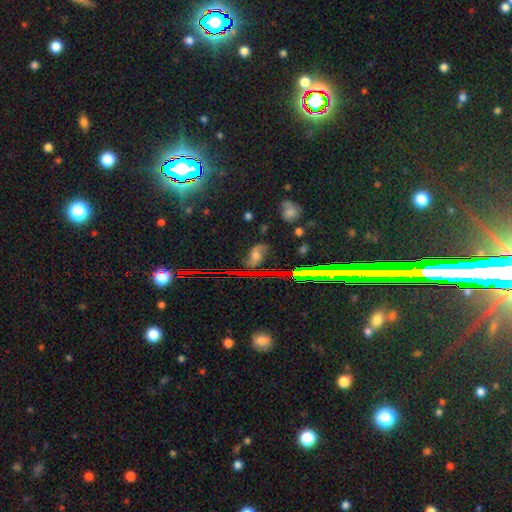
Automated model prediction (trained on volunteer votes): Overall: star or artifact (47%; featured or disk 27%).